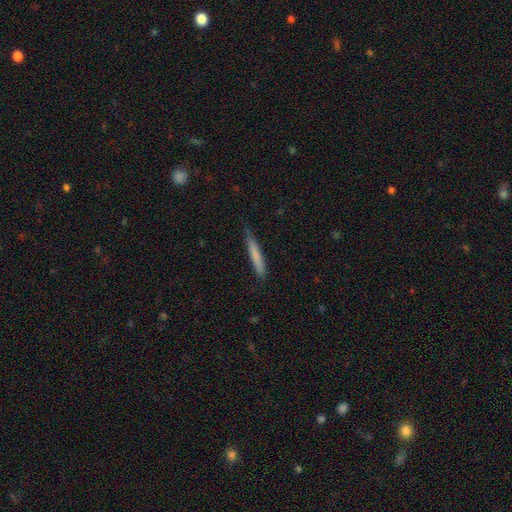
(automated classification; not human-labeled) Overall: smooth (72%). How rounded: cigar-shaped (95%). Merging: none (75%).